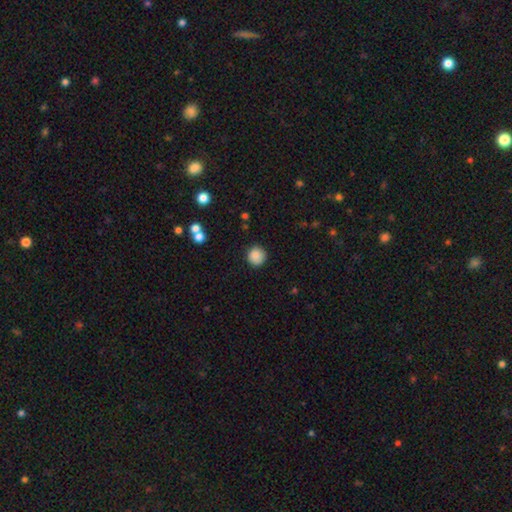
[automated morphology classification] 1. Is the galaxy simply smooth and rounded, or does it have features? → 87% smooth, 9% star or artifact, 4% featured or disk.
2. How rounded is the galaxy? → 93% round, 6% in between, 1% cigar-shaped.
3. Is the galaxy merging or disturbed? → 88% none, 8% minor disturbance, 2% major disturbance, 2% merger.